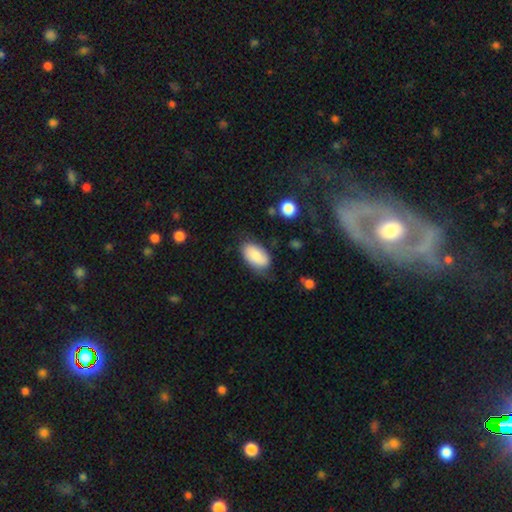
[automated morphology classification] type=smooth (78%); roundness=in between (94%); merging=none (68%).